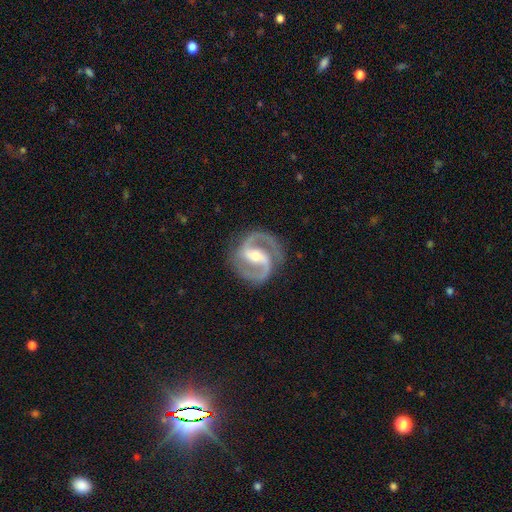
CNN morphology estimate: Overall: featured or disk (93%). Edge-on disk: no (98%). Bar: strong (48%; weak 36%). Spiral arms: yes (98%). Spiral arm count: 2 (94%). Spiral winding: medium (65%). Bulge size: moderate (57%; small 37%). Merging: none (85%).